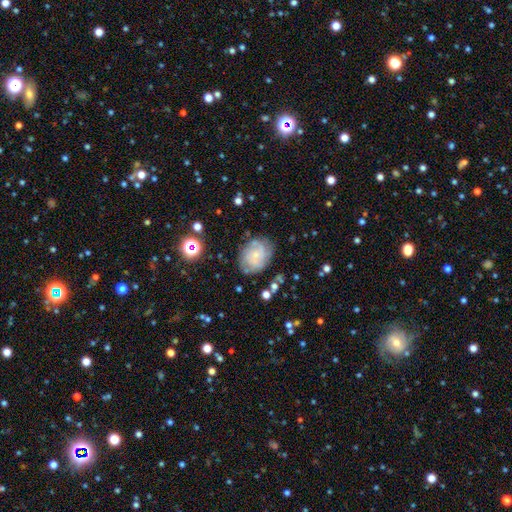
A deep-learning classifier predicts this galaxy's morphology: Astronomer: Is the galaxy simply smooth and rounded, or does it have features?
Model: featured or disk — 61%.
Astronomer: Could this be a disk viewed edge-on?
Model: no — 97%.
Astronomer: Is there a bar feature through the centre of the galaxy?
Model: no — 76%.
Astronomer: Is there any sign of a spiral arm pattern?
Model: yes — 85%.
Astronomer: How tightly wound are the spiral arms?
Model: tight — 50% (runner-up: medium, 36%).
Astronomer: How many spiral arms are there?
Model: can't tell — 44% (runner-up: 2, 22%).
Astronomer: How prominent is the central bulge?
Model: small — 71%.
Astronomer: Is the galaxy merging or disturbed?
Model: none — 70%.